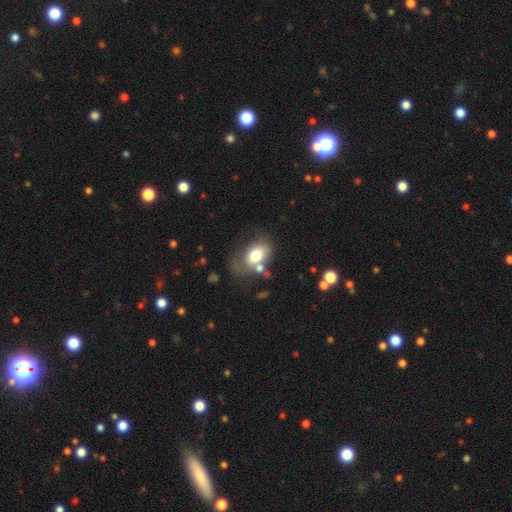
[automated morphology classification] Overall: smooth (69%). How rounded: in between (79%). Merging: none (41%; minor disturbance 24%).